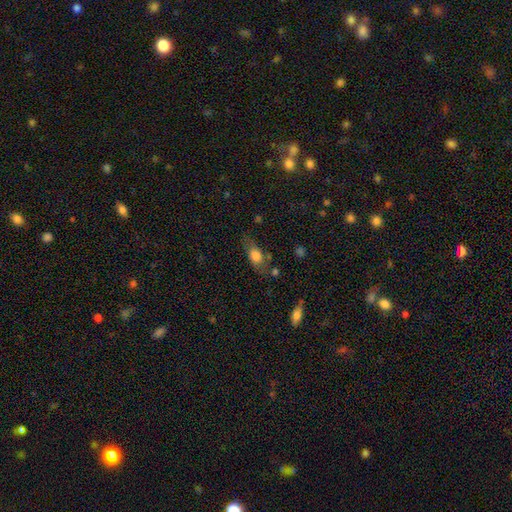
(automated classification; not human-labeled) Smooth or featured? Predicted: smooth (p=0.71). How rounded? Predicted: in between (p=0.75). Merging? Predicted: none (p=0.59).